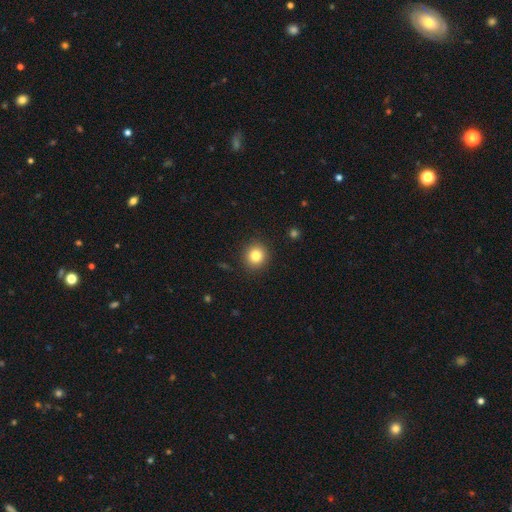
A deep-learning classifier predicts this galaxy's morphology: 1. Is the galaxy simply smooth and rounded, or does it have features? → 82% smooth, 11% star or artifact, 7% featured or disk.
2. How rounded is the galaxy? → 92% round, 7% in between, 1% cigar-shaped.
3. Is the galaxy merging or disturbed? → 91% none, 6% minor disturbance, 2% major disturbance, 1% merger.